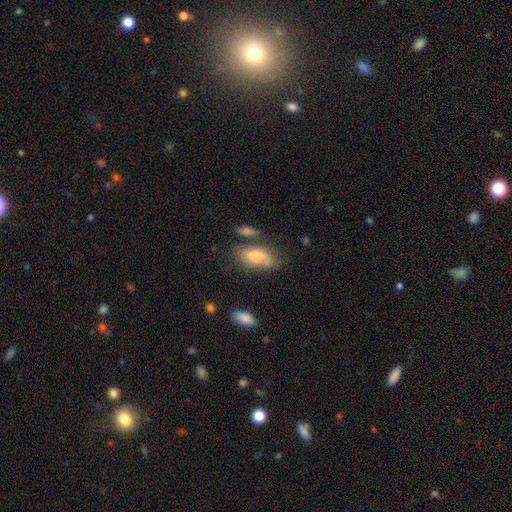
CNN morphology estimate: type=smooth (67%); roundness=in between (90%); merging=none (54%).